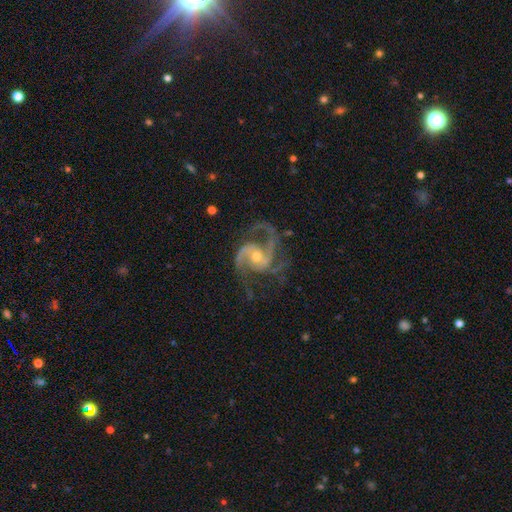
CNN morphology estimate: featured or disk 93%, star or artifact 5%, smooth 3%. Down the decision tree: edge-on disk — no (98%); bar — no (51%); spiral arms — yes (98%); spiral arm count — 2 (58%); spiral winding — medium (61%); bulge size — small (50%); merging — none (68%).